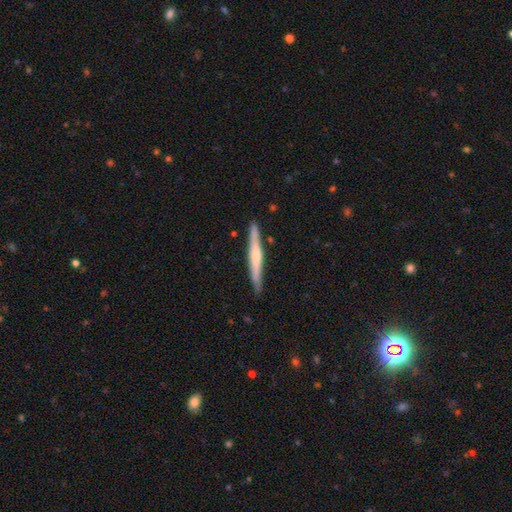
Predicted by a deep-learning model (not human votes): Overall: featured or disk (50%; smooth 44%). Edge-on disk: yes (96%). Merging: none (87%).